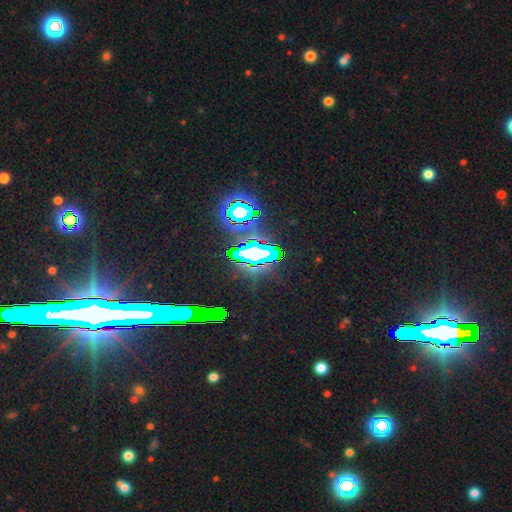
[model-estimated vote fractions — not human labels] A star or artifact, not a galaxy (72%).